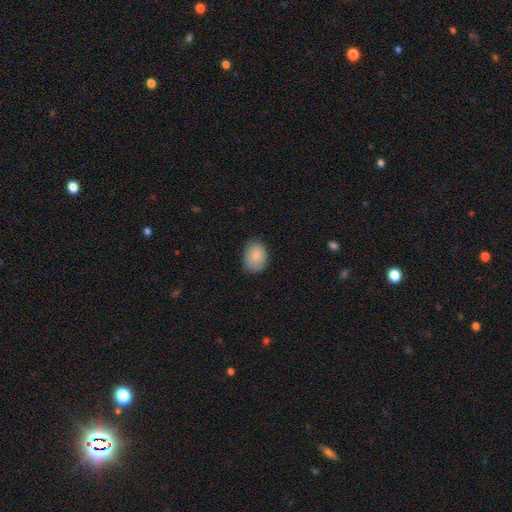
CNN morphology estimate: Overall: smooth (86%). How rounded: in between (71%). Merging: none (75%).